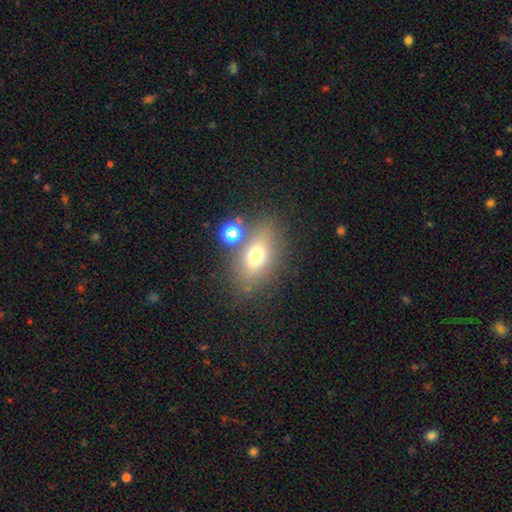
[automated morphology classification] Q: Smooth or featured?
A: smooth (65%); runner-up: featured or disk (20%)
Q: How rounded?
A: in between (75%); runner-up: round (18%)
Q: Merging?
A: none (71%); runner-up: minor disturbance (13%)